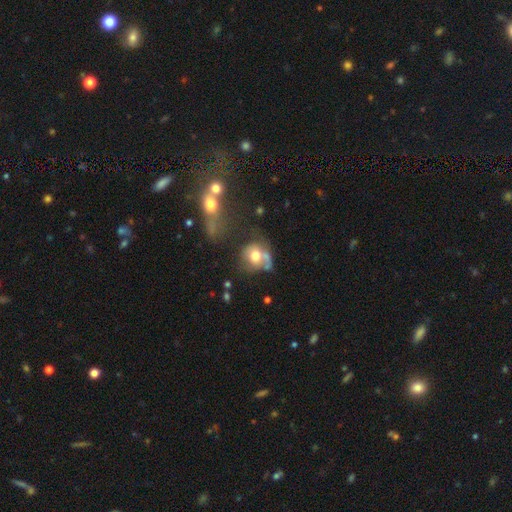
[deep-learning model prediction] Smooth or featured?
  - smooth: 59% *
  - featured or disk: 31%
  - star or artifact: 10%
How rounded?
  - round: 67% *
  - in between: 32%
  - cigar-shaped: 1%
Merging?
  - merger: 27% * (tied)
  - none: 27% * (tied)
  - major disturbance: 26%
  - minor disturbance: 19%